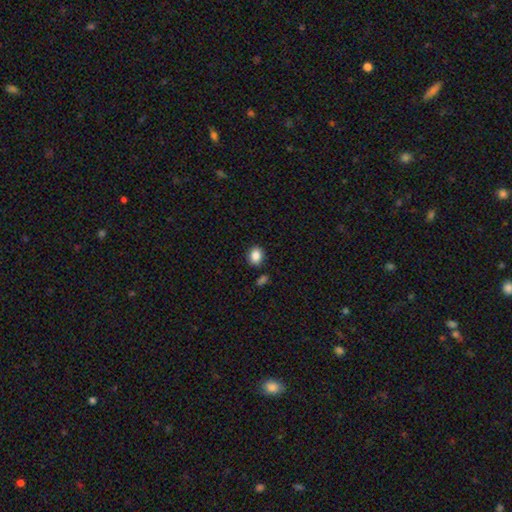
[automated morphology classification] Smooth or featured? Predicted: smooth (p=0.87). How rounded? Predicted: round (p=0.52). Merging? Predicted: none (p=0.85).